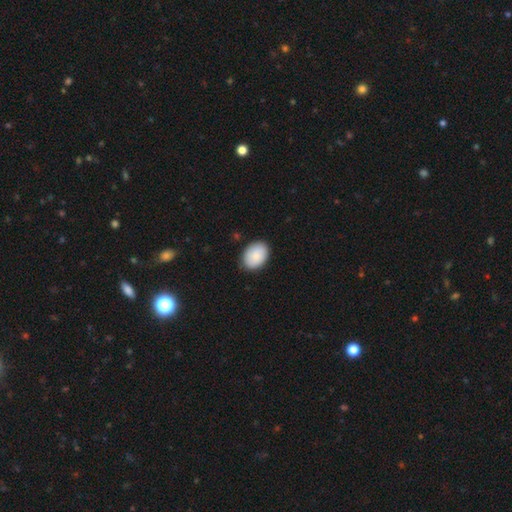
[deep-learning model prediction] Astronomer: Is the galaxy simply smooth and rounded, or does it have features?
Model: smooth — 87%.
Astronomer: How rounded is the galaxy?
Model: in between — 76%.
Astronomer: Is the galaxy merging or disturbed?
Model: none — 86%.